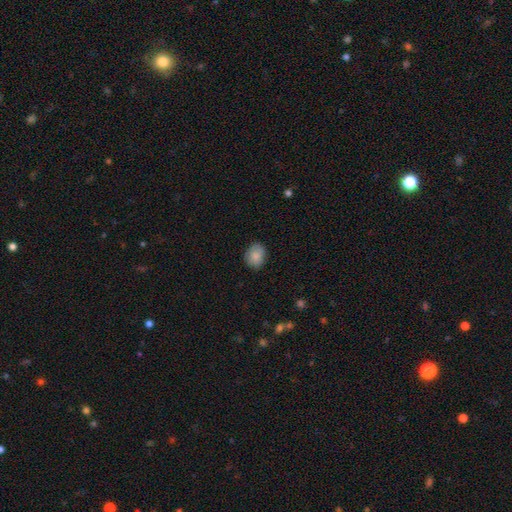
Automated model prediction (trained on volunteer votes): Smooth or featured? smooth (85%)
How rounded? in between (50%)
Merging? none (81%)